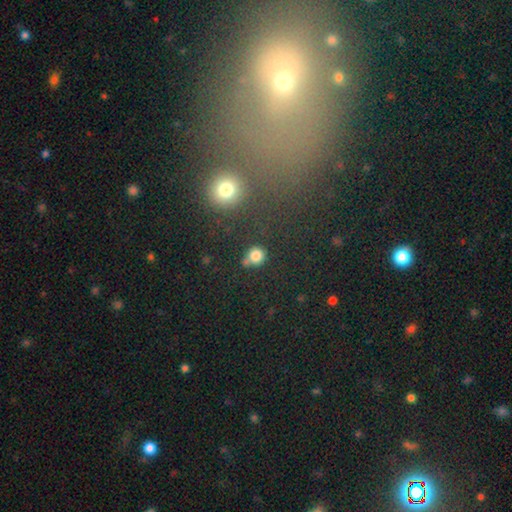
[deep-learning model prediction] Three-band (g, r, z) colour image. It shows a smooth galaxy with no disk features (81%) that is round (82%). Merging: none (61%).